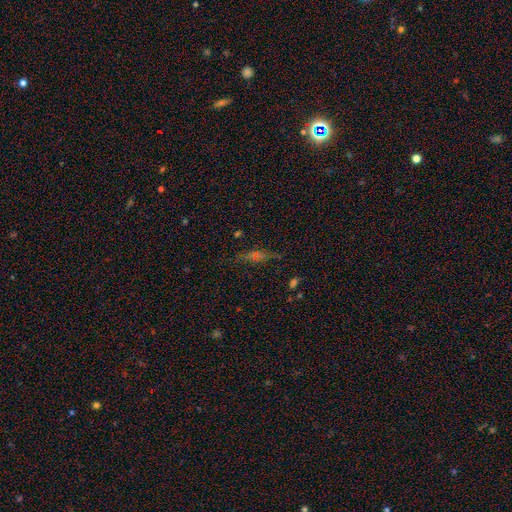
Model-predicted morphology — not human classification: Smooth or featured?
  - featured or disk: 58% *
  - smooth: 22%
  - star or artifact: 20%
Edge-on disk?
  - yes: 90% *
  - no: 10%
Edge-on bulge?
  - rounded: 85% *
  - none: 8%
  - boxy: 7%
Merging?
  - none: 85% *
  - minor disturbance: 10%
  - major disturbance: 3%
  - merger: 2%